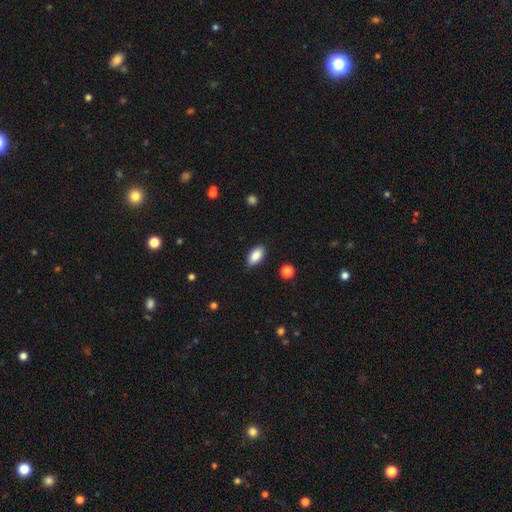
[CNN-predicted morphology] type=smooth (88%); roundness=in between (92%); merging=none (88%).